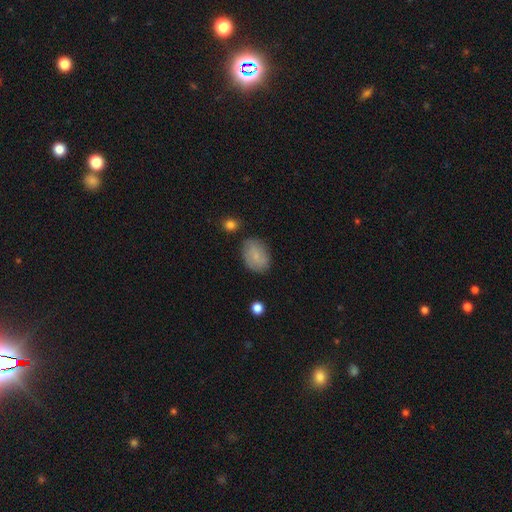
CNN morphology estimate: This is likely a smooth galaxy (75%). How rounded: likely in between (80%). Merging: likely none (78%).